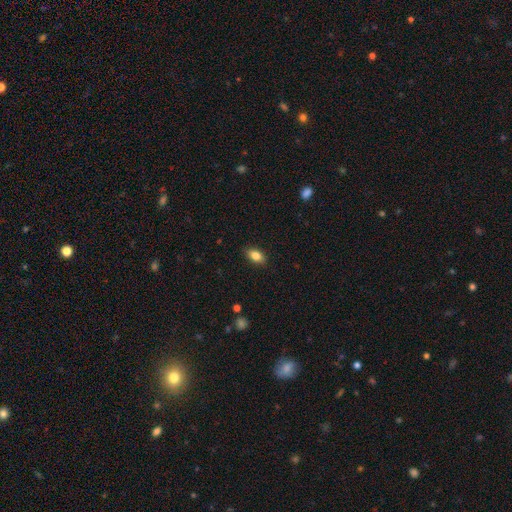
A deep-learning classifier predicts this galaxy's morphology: Overall: smooth (84%). How rounded: in between (88%). Merging: none (87%).